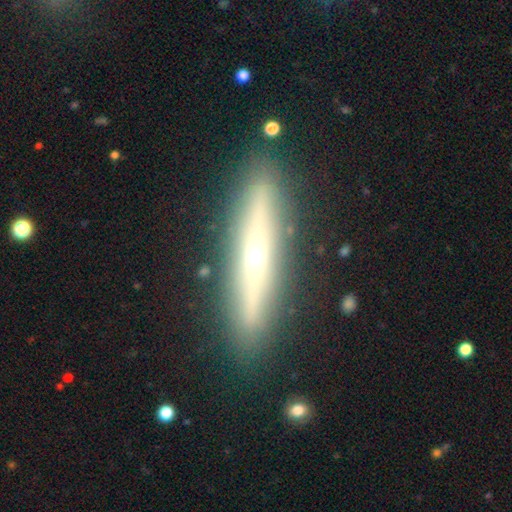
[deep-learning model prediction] featured or disk 65%, smooth 28%, star or artifact 8%. Down the decision tree: edge-on disk — yes (86%); edge-on bulge — rounded (76%); merging — none (89%).